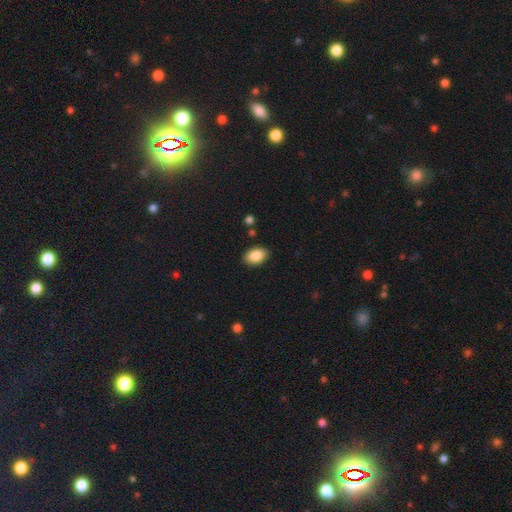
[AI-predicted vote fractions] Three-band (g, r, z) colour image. It shows a smooth galaxy with no disk features (87%) that is in between round and cigar-shaped (88%). Merging: none (87%).